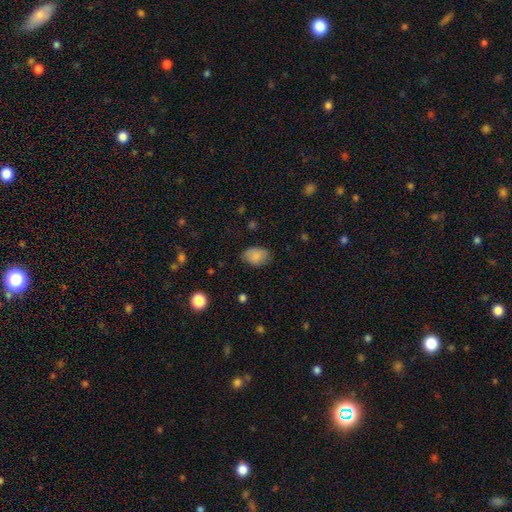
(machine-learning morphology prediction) Smooth or featured? smooth (84%)
How rounded? in between (81%)
Merging? none (74%)